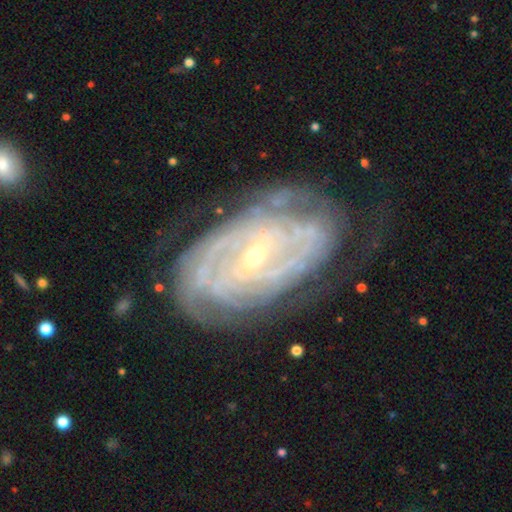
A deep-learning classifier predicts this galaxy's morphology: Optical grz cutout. It shows a featured or disk galaxy (87%) with a weak bar (45%), tight (73%) spiral arms (94%) and a small central bulge (76%). Merging: none (69%).